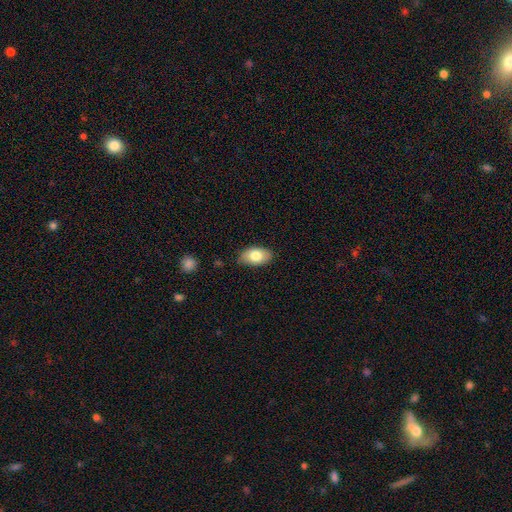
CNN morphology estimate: Overall: smooth (79%). How rounded: in between (92%). Merging: none (81%).